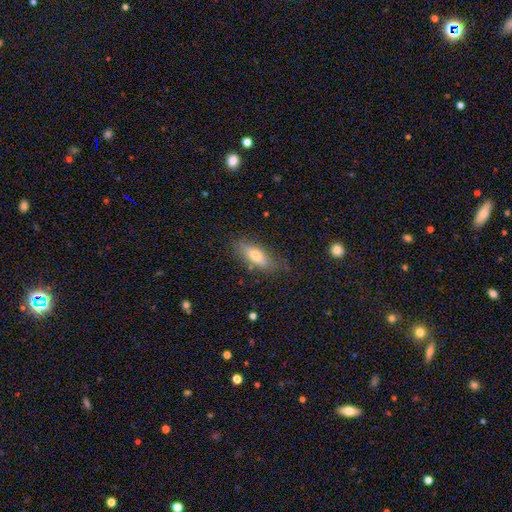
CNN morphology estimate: A smooth galaxy with no disk features (67%) that is in between round and cigar-shaped (65%). Merging: none (79%).